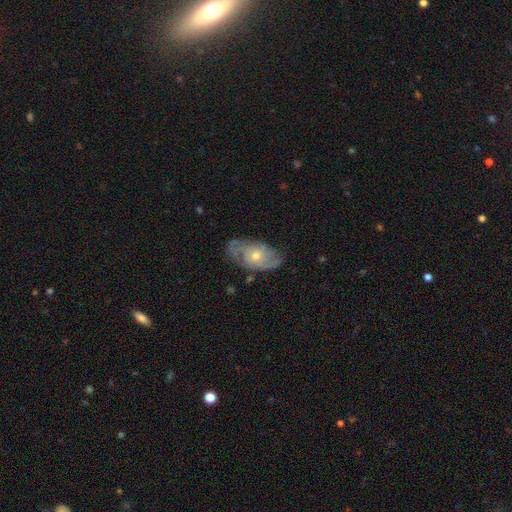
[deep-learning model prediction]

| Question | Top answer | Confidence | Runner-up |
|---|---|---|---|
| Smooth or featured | featured or disk | 75% | smooth (19%) |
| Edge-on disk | no | 93% | yes (7%) |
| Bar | no | 77% | weak (19%) |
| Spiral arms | yes | 86% | no (14%) |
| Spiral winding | tight | 49% | medium (38%) |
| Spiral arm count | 2 | 54% | can't tell (28%) |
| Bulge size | moderate | 48% | tied: small (48%) |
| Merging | none | 72% | minor disturbance (20%) |